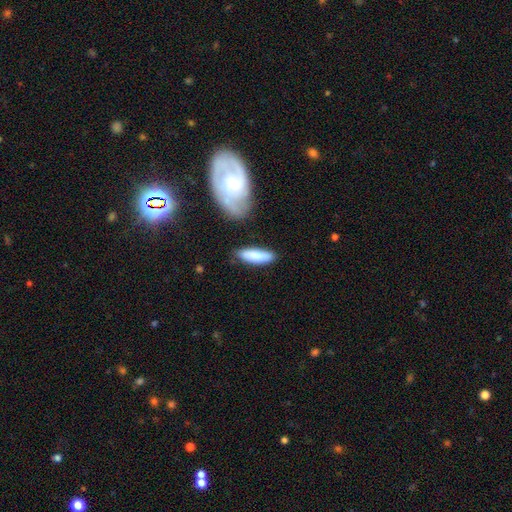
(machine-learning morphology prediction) This appears to be a smooth galaxy with no disk features (84%) that is cigar-shaped (55%). Merging: none (76%).